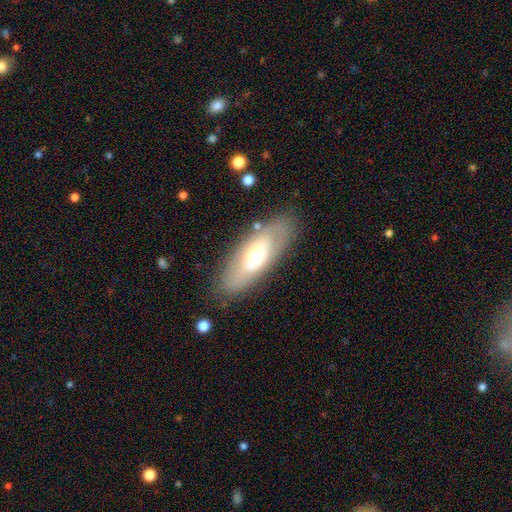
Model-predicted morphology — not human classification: A smooth galaxy with no disk features (49%). Merging: none (81%).